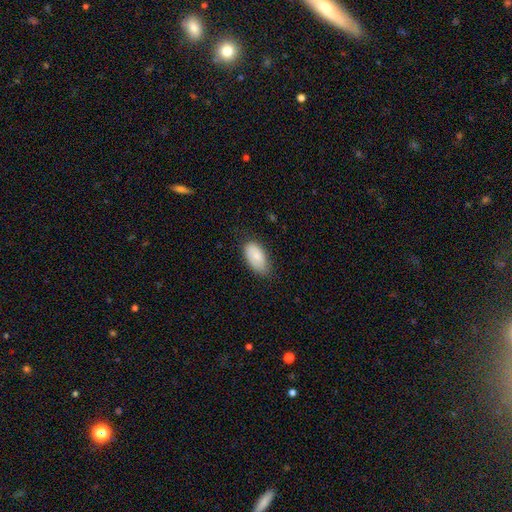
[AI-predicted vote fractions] Smooth or featured?
  - smooth: 79% *
  - featured or disk: 15%
  - star or artifact: 6%
How rounded?
  - in between: 95% *
  - round: 3%
  - cigar-shaped: 2%
Merging?
  - none: 73% *
  - minor disturbance: 22%
  - major disturbance: 4%
  - merger: 1%